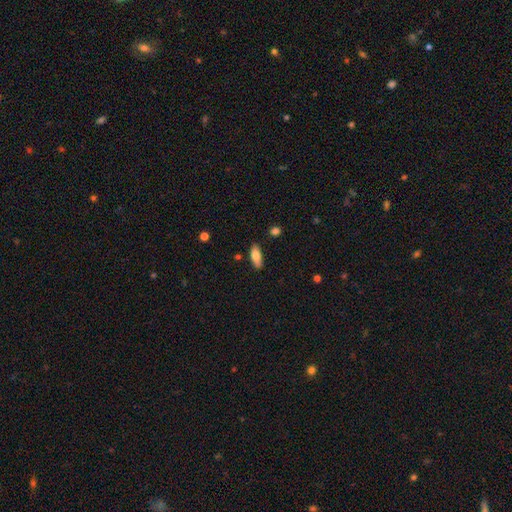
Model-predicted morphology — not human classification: smooth 74%, featured or disk 19%, star or artifact 7%. Down the decision tree: how rounded — in between (72%); merging — none (83%).